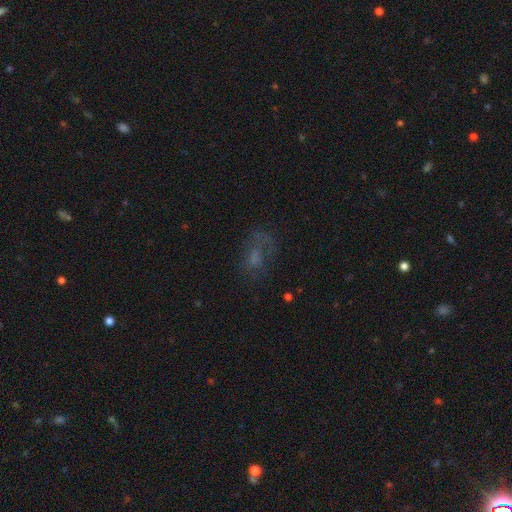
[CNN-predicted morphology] Smooth or featured? smooth (40%)
Merging? none (48%)